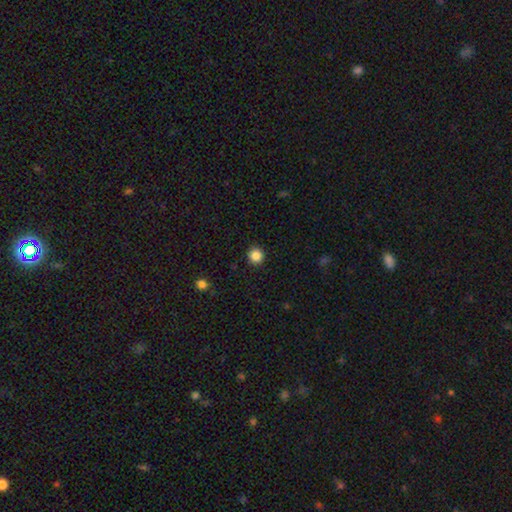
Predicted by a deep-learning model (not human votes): The model was most divided on "smooth or featured": smooth: 86%, star or artifact: 10%, featured or disk: 4%. More confident: how rounded — round (93%); merging — none (92%).